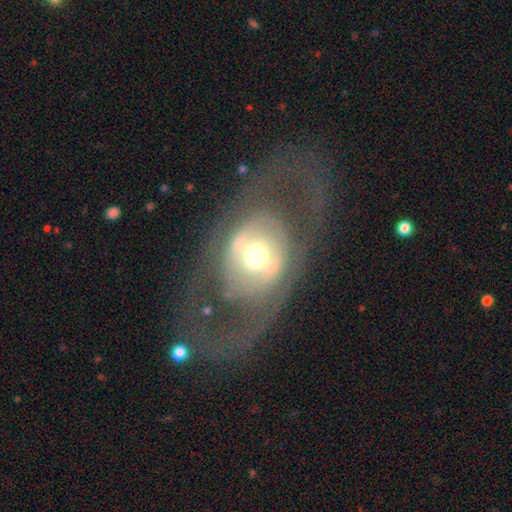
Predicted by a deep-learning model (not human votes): Q: Smooth or featured?
A: featured or disk (70%); runner-up: smooth (23%)
Q: Edge-on disk?
A: no (92%); runner-up: yes (8%)
Q: Bar?
A: no (57%); runner-up: weak (27%)
Q: Spiral arms?
A: no (59%); runner-up: yes (41%)
Q: Bulge size?
A: moderate (63%); runner-up: large (20%)
Q: Merging?
A: none (58%); runner-up: major disturbance (25%)